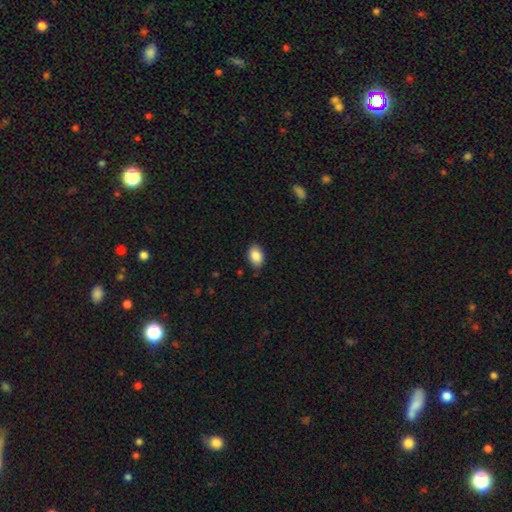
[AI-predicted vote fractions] Q: Smooth or featured?
A: smooth (88%); runner-up: star or artifact (7%)
Q: How rounded?
A: in between (85%); runner-up: round (13%)
Q: Merging?
A: none (86%); runner-up: minor disturbance (11%)